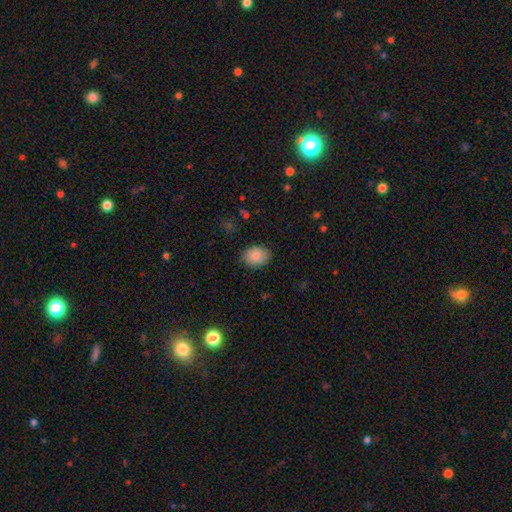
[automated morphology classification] Q: Smooth or featured?
A: smooth (87%); runner-up: star or artifact (7%)
Q: How rounded?
A: in between (67%); runner-up: round (33%)
Q: Merging?
A: none (85%); runner-up: minor disturbance (12%)